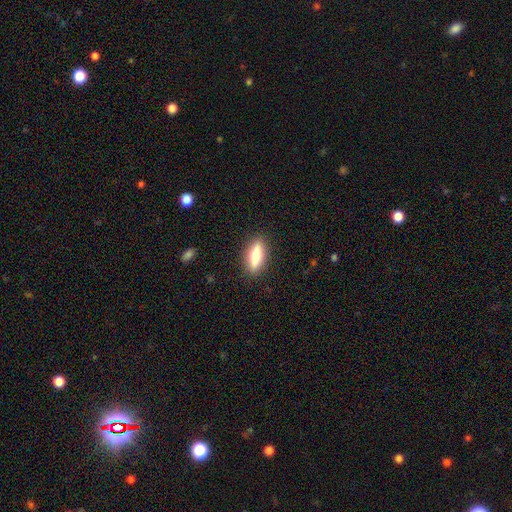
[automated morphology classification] smooth-or-featured: smooth: 63% | featured or disk: 30% | star or artifact: 6%
  how-rounded: in between: 49% | cigar-shaped: 48% | round: 3%
  merging: none: 89% | minor disturbance: 8% | major disturbance: 2% | merger: 1%